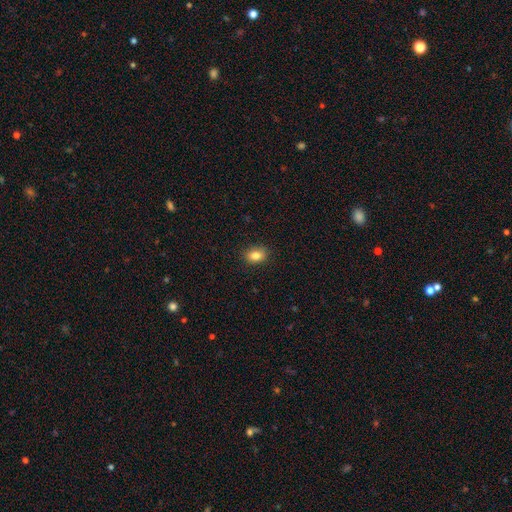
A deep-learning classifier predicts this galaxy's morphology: The model was most divided on "how rounded": in between: 74%, round: 25%, cigar-shaped: 1%. More confident: merging — none (87%); smooth or featured — smooth (84%).